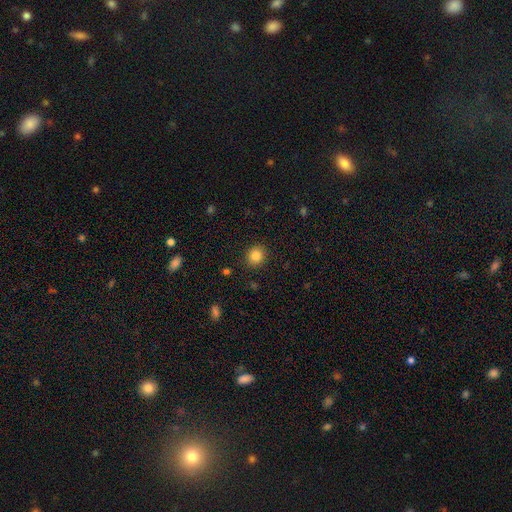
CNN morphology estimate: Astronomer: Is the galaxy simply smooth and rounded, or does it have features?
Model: smooth — 83%.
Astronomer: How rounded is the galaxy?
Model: round — 85%.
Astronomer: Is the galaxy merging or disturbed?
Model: none — 90%.